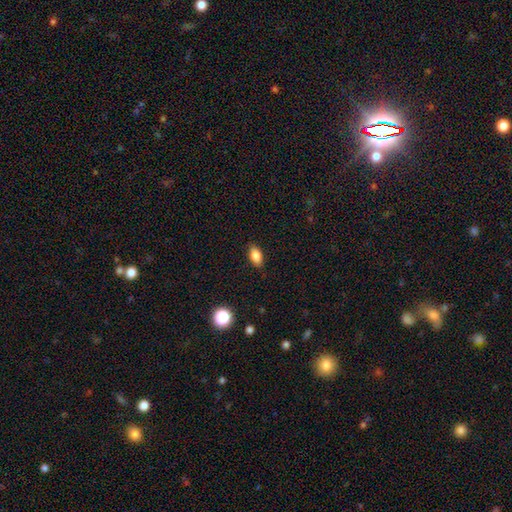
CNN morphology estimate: The model was most divided on "smooth or featured": smooth: 85%, star or artifact: 9%, featured or disk: 7%. More confident: how rounded — in between (89%); merging — none (87%).